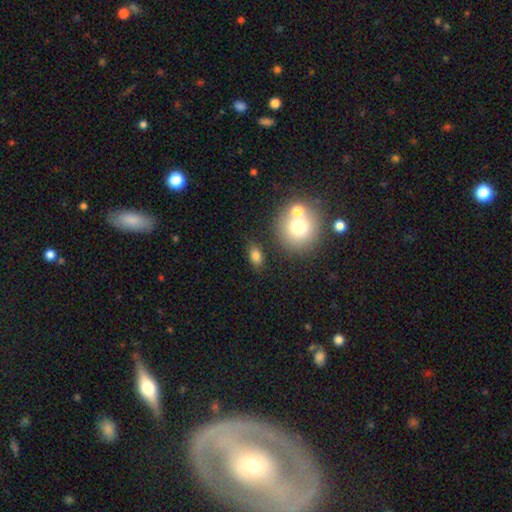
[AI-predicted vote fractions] Smooth or featured?
  - smooth: 80% *
  - star or artifact: 12%
  - featured or disk: 8%
How rounded?
  - in between: 80% *
  - round: 17%
  - cigar-shaped: 3%
Merging?
  - none: 77% *
  - minor disturbance: 12%
  - merger: 8%
  - major disturbance: 4%